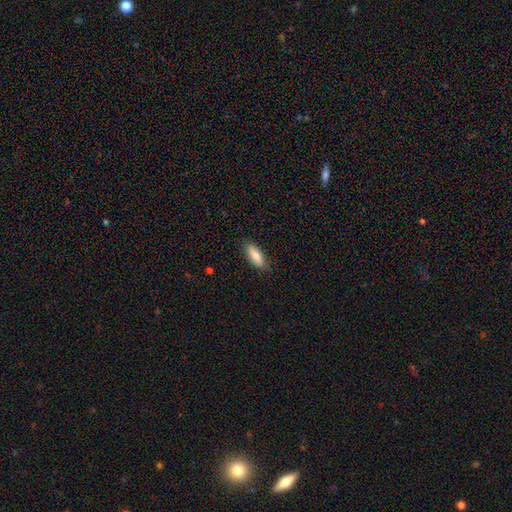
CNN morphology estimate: A smooth galaxy with no disk features (82%) that is in between round and cigar-shaped (70%).

Vote fractions:
- Smooth or featured? smooth: 82% / featured or disk: 12% / star or artifact: 6%
- How rounded? in between: 70% / cigar-shaped: 28% / round: 2%
- Merging? none: 85% / minor disturbance: 12% / major disturbance: 2% / merger: 1%